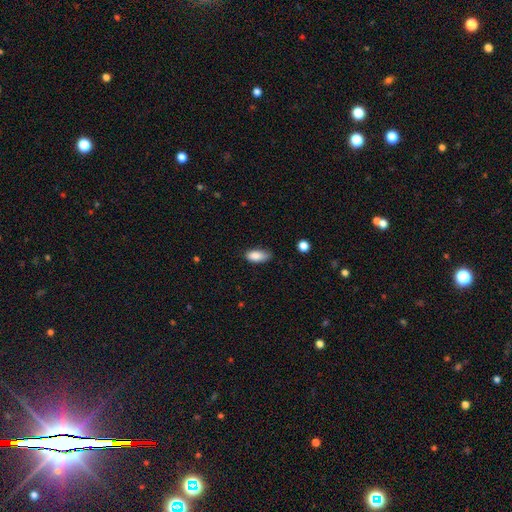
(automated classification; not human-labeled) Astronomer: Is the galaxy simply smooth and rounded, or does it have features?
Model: smooth — 86%.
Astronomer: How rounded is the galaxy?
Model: in between — 88%.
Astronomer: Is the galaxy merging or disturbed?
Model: none — 64%.